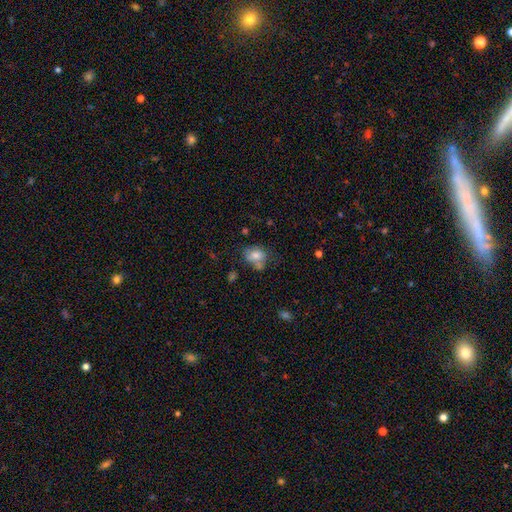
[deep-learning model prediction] Smooth or featured?
  - smooth: 73% *
  - featured or disk: 17%
  - star or artifact: 10%
How rounded?
  - in between: 60% *
  - round: 39%
  - cigar-shaped: 1%
Merging?
  - none: 47% *
  - minor disturbance: 22%
  - merger: 22%
  - major disturbance: 9%